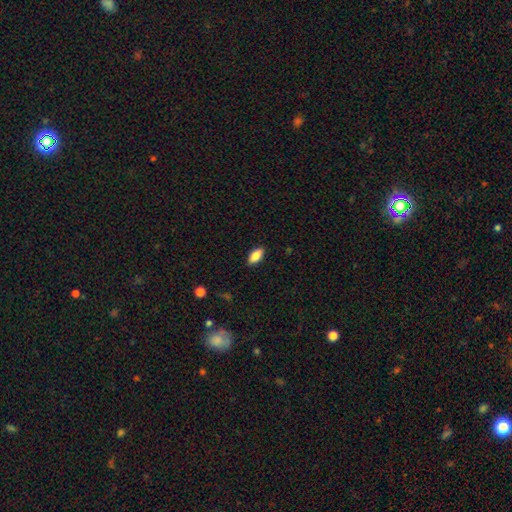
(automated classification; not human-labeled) Smooth or featured? smooth (83%)
How rounded? in between (89%)
Merging? none (89%)